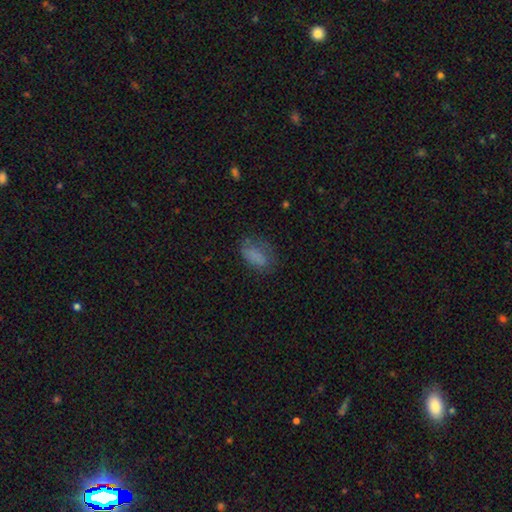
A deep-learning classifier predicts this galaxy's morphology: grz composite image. It shows a smooth galaxy with no disk features (75%) that is in between round and cigar-shaped (88%). Merging: none (55%).